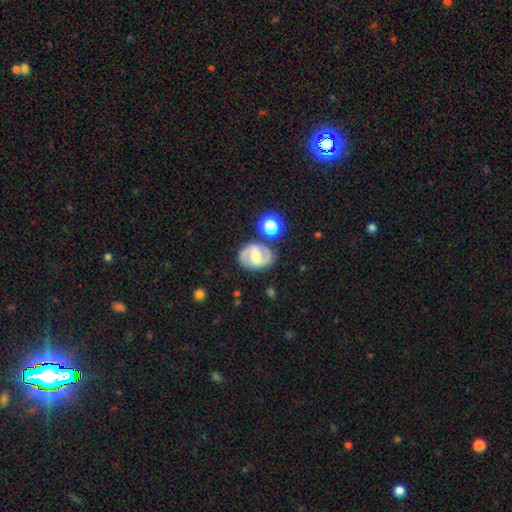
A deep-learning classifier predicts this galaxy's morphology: This appears to be a featured or disk galaxy (76%) with a weak bar (48%), 2 (90%) medium (54%) spiral arms (89%) and a moderate central bulge (61%). Merging: none (78%).